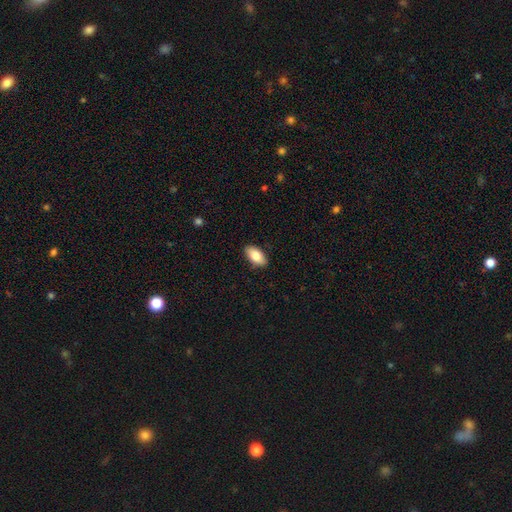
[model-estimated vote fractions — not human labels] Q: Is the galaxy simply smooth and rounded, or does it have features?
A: smooth — 82%.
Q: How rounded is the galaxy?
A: in between — 93%.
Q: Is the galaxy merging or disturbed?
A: none — 89%.